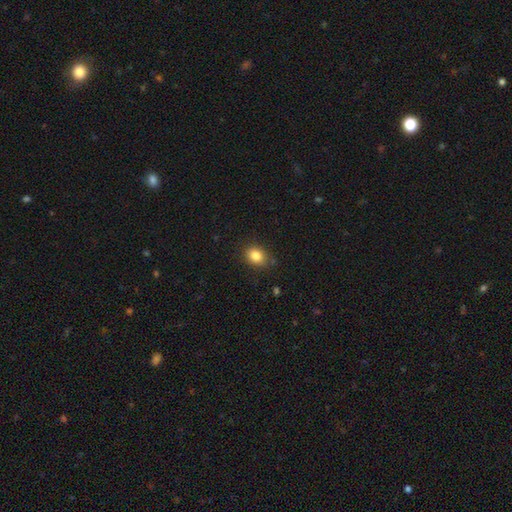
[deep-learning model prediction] smooth 84%, star or artifact 10%, featured or disk 6%. Down the decision tree: how rounded — in between (52%); merging — none (83%).